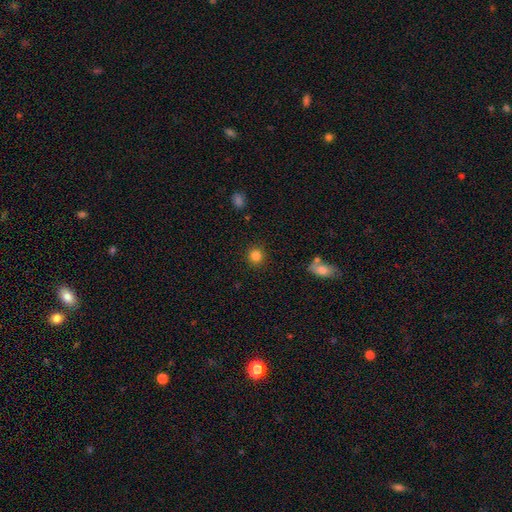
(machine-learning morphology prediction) smooth 84%, star or artifact 12%, featured or disk 5%. Down the decision tree: how rounded — round (91%); merging — none (90%).